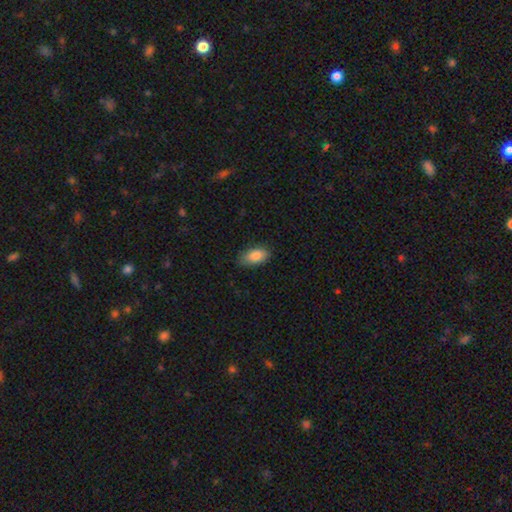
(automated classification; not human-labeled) Q: Smooth or featured?
A: smooth (85%); runner-up: featured or disk (8%)
Q: How rounded?
A: in between (92%); runner-up: round (4%)
Q: Merging?
A: none (82%); runner-up: minor disturbance (15%)